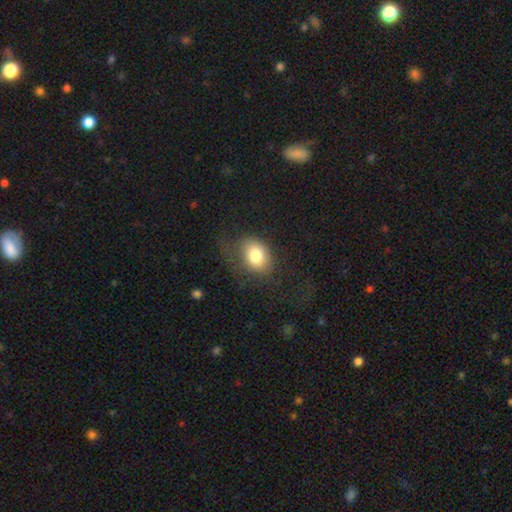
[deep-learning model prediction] Smooth or featured: smooth — 79% (featured or disk — 12%)
How rounded: in between — 63% (round — 36%)
Merging: none — 61% (minor disturbance — 21%)